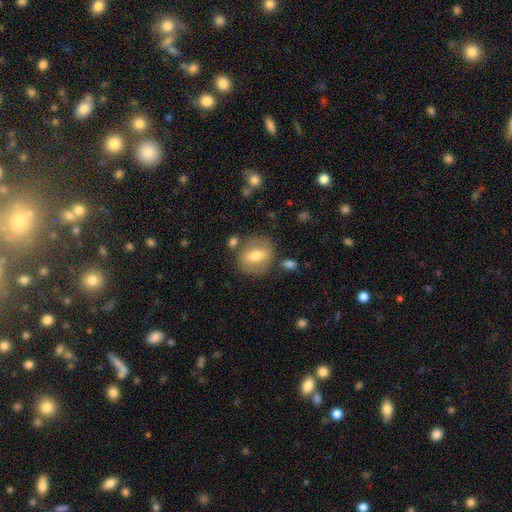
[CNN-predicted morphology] type=smooth (54%); roundness=round (51%); merging=none (75%).